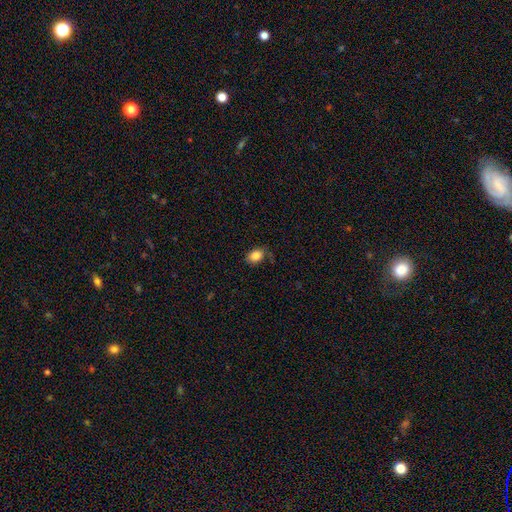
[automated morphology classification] Smooth or featured: smooth — 86% (star or artifact — 8%)
How rounded: in between — 77% (round — 22%)
Merging: none — 68% (minor disturbance — 23%)